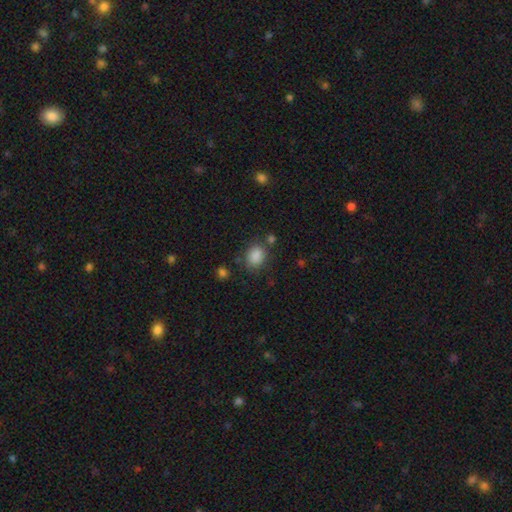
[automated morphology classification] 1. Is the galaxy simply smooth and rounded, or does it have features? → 86% smooth, 10% star or artifact, 4% featured or disk.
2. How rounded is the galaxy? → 52% in between, 47% round, 1% cigar-shaped.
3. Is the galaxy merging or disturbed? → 74% none, 15% minor disturbance, 6% merger, 5% major disturbance.